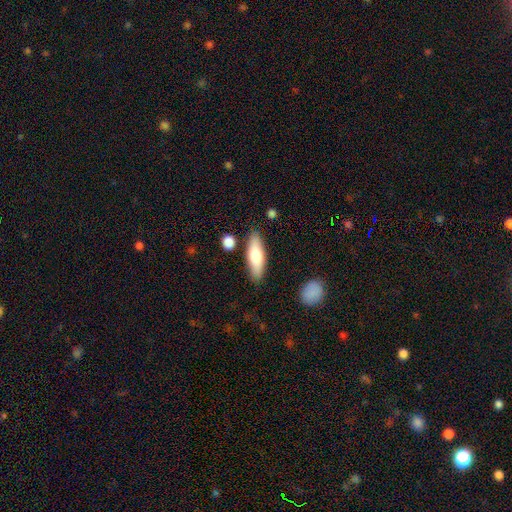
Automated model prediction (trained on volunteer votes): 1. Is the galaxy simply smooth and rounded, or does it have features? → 72% smooth, 22% featured or disk, 6% star or artifact.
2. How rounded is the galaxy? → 52% in between, 46% cigar-shaped, 2% round.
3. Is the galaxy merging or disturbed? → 84% none, 10% minor disturbance, 4% merger, 2% major disturbance.